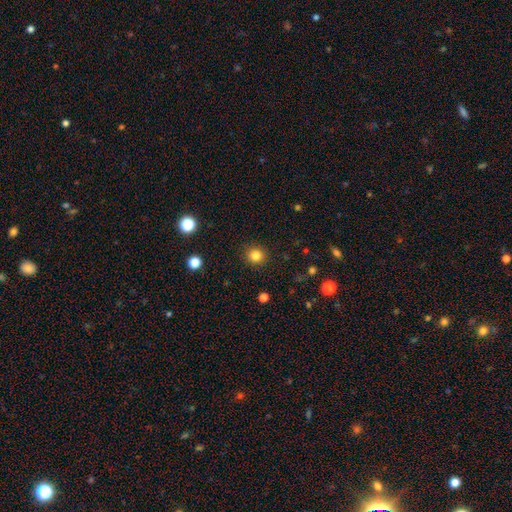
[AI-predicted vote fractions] The model was most divided on "smooth or featured": smooth: 83%, star or artifact: 12%, featured or disk: 5%. More confident: how rounded — round (92%); merging — none (91%).